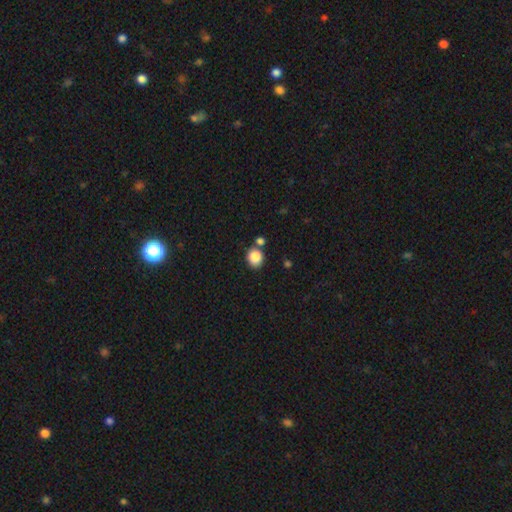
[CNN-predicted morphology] Smooth or featured?
  - smooth: 86% *
  - star or artifact: 10%
  - featured or disk: 5%
How rounded?
  - round: 72% *
  - in between: 27%
  - cigar-shaped: 1%
Merging?
  - none: 70% *
  - merger: 16%
  - minor disturbance: 11%
  - major disturbance: 3%